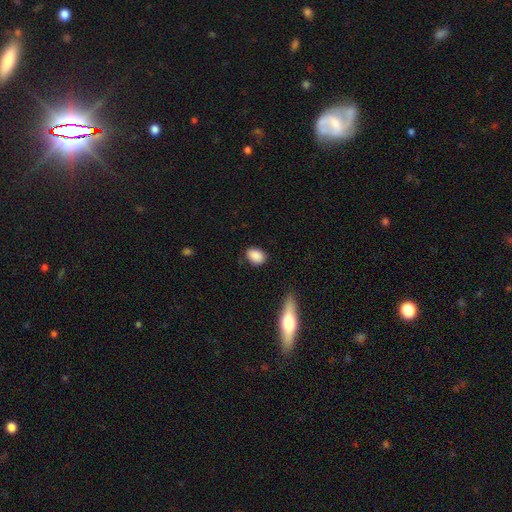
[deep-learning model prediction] A smooth galaxy with no disk features (88%) that is in between round and cigar-shaped (73%).

Vote fractions:
- Smooth or featured? smooth: 88% / star or artifact: 8% / featured or disk: 4%
- How rounded? in between: 73% / round: 25% / cigar-shaped: 2%
- Merging? none: 80% / minor disturbance: 15% / major disturbance: 3% / merger: 2%